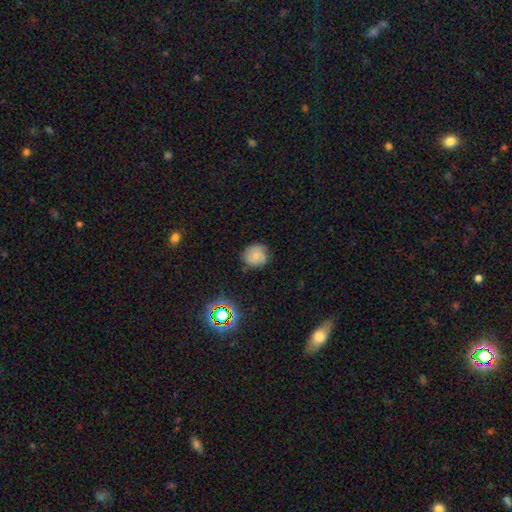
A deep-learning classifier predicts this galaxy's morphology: This is likely a smooth galaxy (63%). How rounded: clearly round (86%). Merging: likely none (73%).